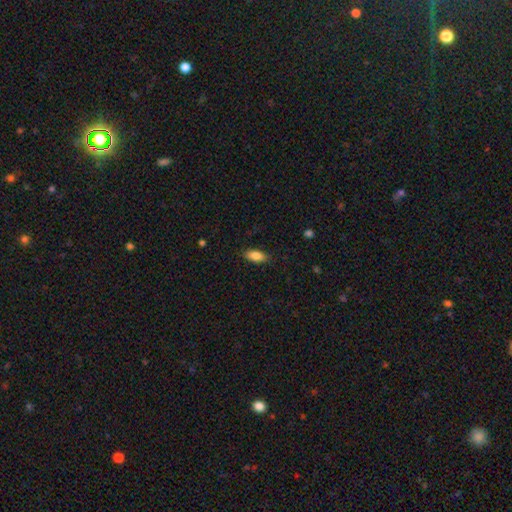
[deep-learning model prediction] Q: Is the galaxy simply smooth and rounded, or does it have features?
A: smooth — 85%.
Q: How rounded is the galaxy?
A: in between — 86%.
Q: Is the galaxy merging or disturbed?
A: none — 86%.